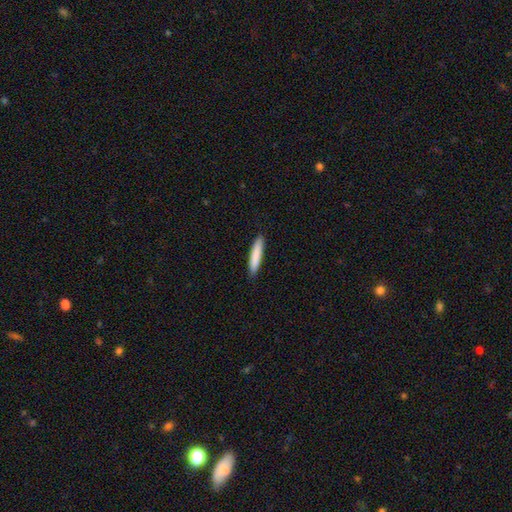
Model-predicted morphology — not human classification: The model was most divided on "smooth or featured": smooth: 85%, featured or disk: 9%, star or artifact: 6%. More confident: merging — none (89%); how rounded — cigar-shaped (89%).